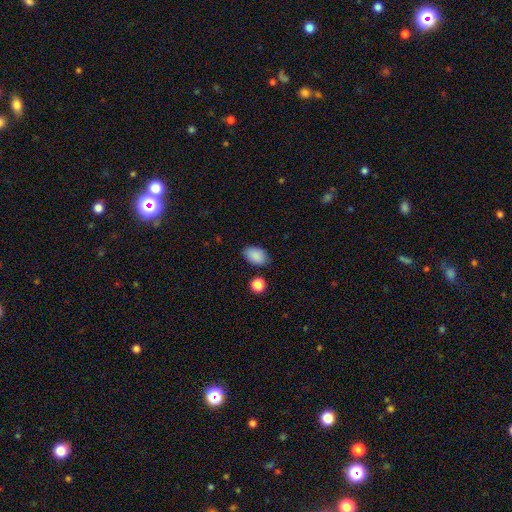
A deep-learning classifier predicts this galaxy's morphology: This is clearly a smooth galaxy (88%). How rounded: clearly in between (89%). Merging: clearly none (82%).